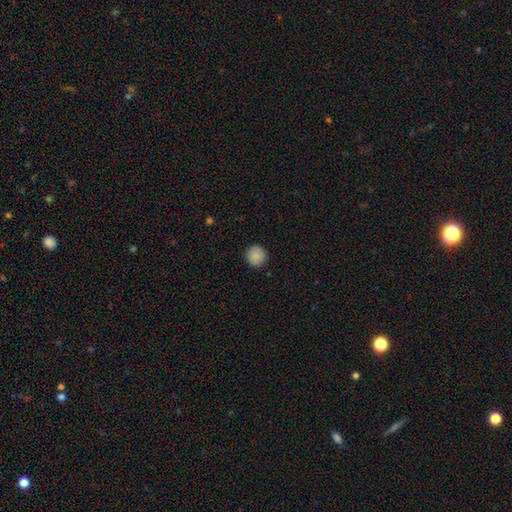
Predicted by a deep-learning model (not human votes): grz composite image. It shows a smooth galaxy with no disk features (87%) that is round (94%). Merging: none (91%).